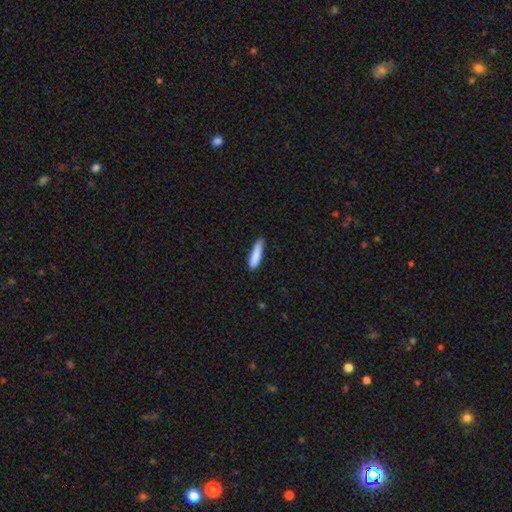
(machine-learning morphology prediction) type=smooth (86%); roundness=cigar-shaped (80%); merging=none (78%).